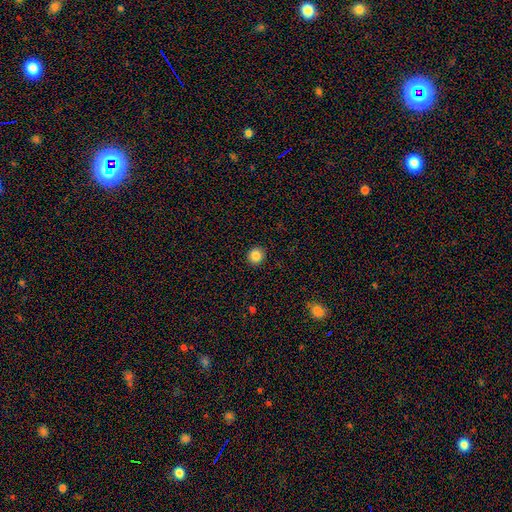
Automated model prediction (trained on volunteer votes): The model was most divided on "smooth or featured": smooth: 85%, star or artifact: 11%, featured or disk: 4%. More confident: how rounded — round (93%); merging — none (93%).